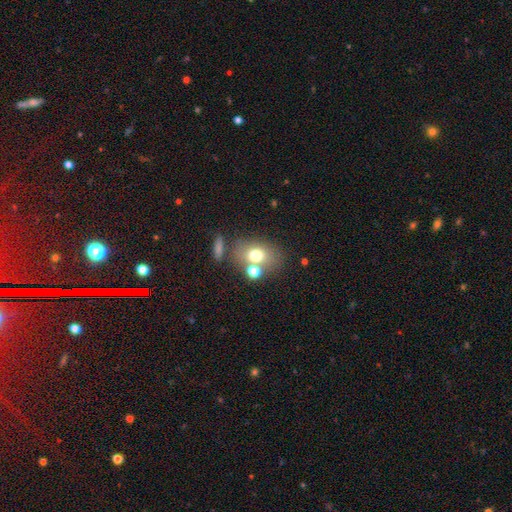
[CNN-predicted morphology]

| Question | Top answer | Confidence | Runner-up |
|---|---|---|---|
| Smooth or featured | smooth | 69% | featured or disk (19%) |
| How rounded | in between | 57% | round (41%) |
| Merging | none | 56% | merger (27%) |